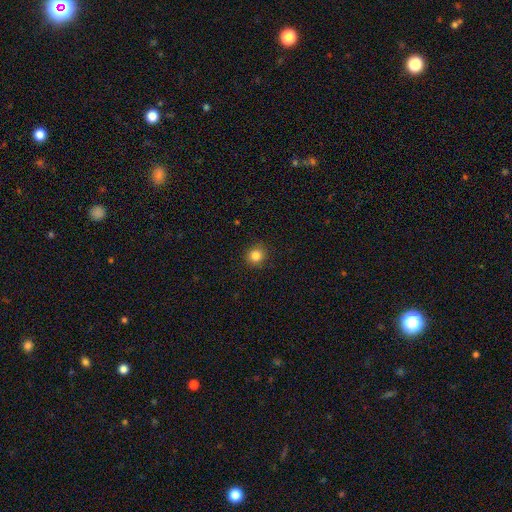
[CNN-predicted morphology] Q: Smooth or featured?
A: smooth (83%); runner-up: star or artifact (12%)
Q: How rounded?
A: round (92%); runner-up: in between (7%)
Q: Merging?
A: none (90%); runner-up: minor disturbance (7%)